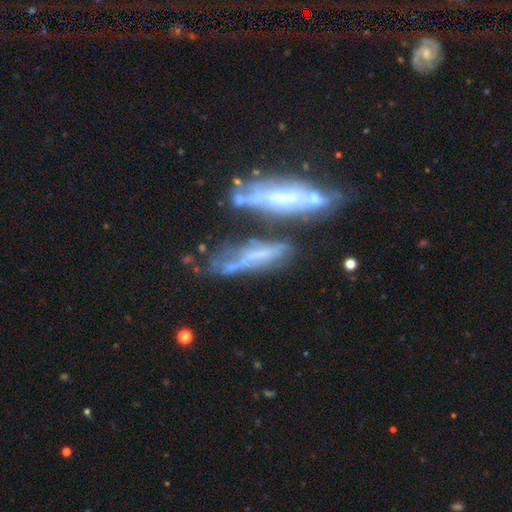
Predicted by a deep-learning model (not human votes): This is likely a featured or disk galaxy (62%). It is possibly not viewed edge-on (54%). Merging: marginally merger (34%).